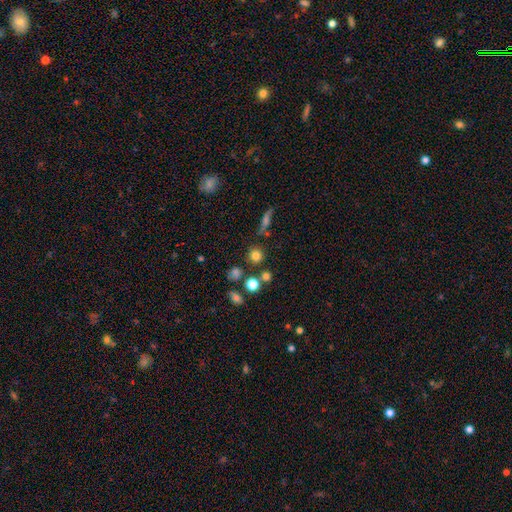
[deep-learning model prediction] Smooth or featured? smooth (77%)
How rounded? round (91%)
Merging? none (78%)